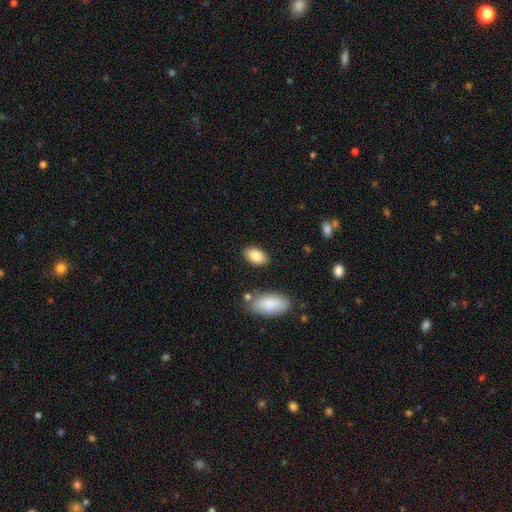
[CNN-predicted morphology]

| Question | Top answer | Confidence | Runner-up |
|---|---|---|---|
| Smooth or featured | smooth | 85% | featured or disk (8%) |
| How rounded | in between | 92% | round (6%) |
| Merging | none | 84% | minor disturbance (10%) |